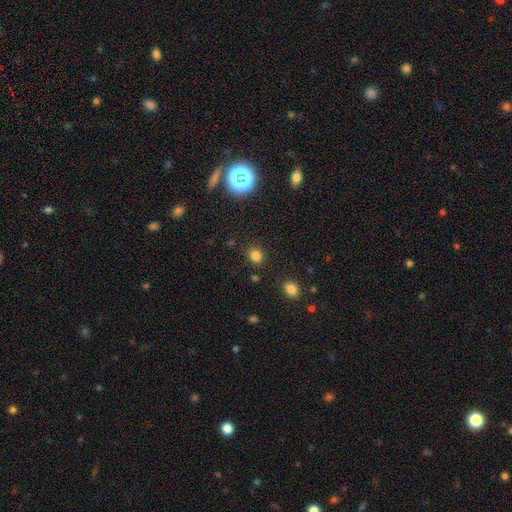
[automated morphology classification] This appears to be a smooth galaxy with no disk features (79%) that is round (71%). Merging: none (85%).